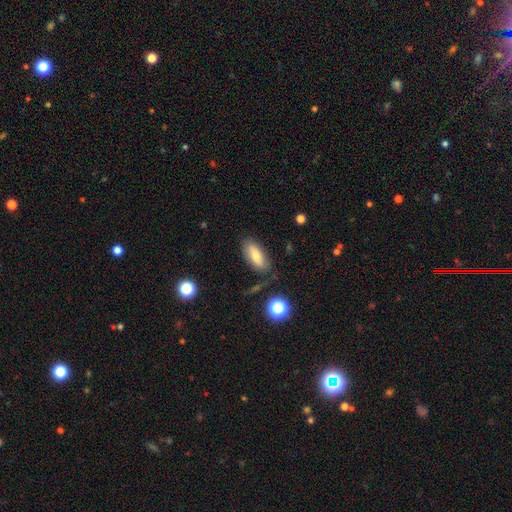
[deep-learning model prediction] Overall: smooth (74%). How rounded: in between (80%). Merging: none (77%).